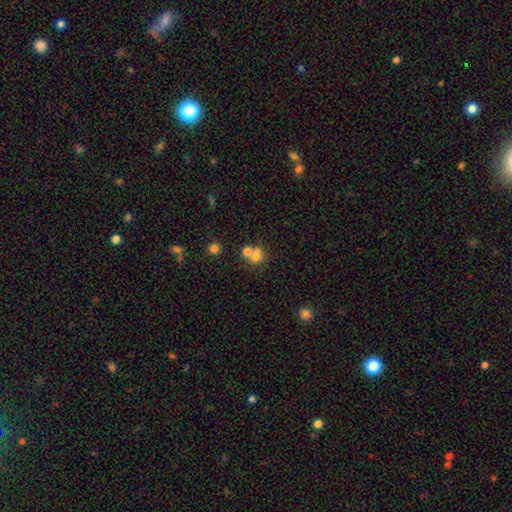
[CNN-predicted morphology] smooth-or-featured: smooth: 64% | featured or disk: 19% | star or artifact: 17%
  how-rounded: round: 78% | in between: 21% | cigar-shaped: 1%
  merging: merger: 50% | none: 39% | minor disturbance: 7% | major disturbance: 4%